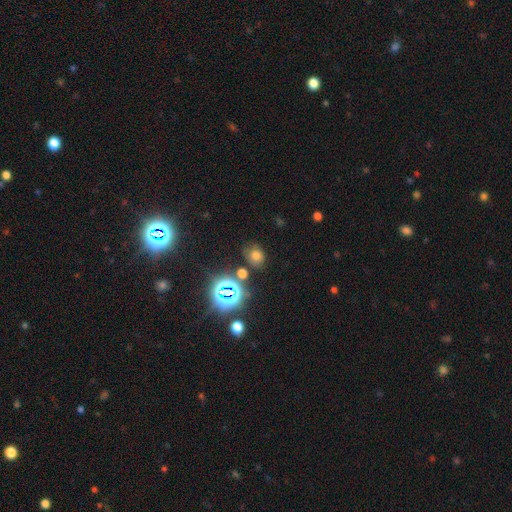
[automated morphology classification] A smooth galaxy with no disk features (59%) that is round (57%).

Vote fractions:
- Smooth or featured? smooth: 59% / star or artifact: 32% / featured or disk: 10%
- How rounded? round: 57% / in between: 41% / cigar-shaped: 1%
- Merging? none: 72% / minor disturbance: 16% / merger: 6% / major disturbance: 6%